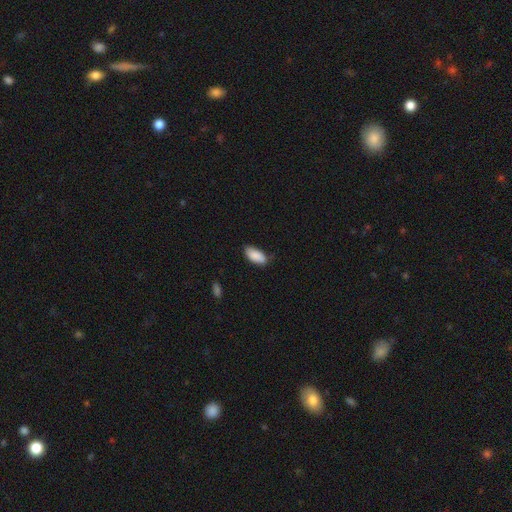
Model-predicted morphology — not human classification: type=smooth (89%); roundness=in between (88%); merging=none (72%).